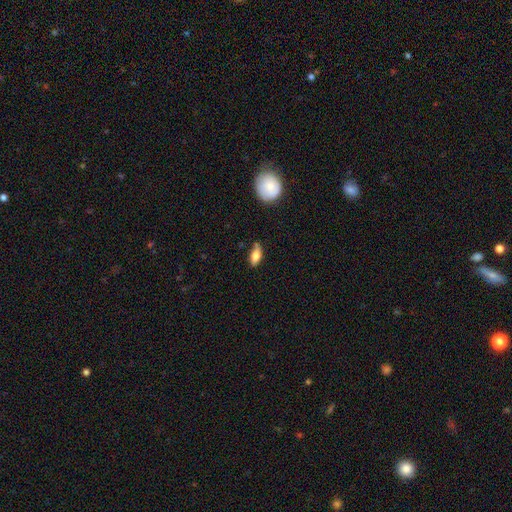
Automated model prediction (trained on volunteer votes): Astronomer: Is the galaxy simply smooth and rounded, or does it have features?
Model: smooth — 75%.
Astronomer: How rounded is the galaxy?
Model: in between — 81%.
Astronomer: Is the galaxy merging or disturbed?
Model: none — 59%.